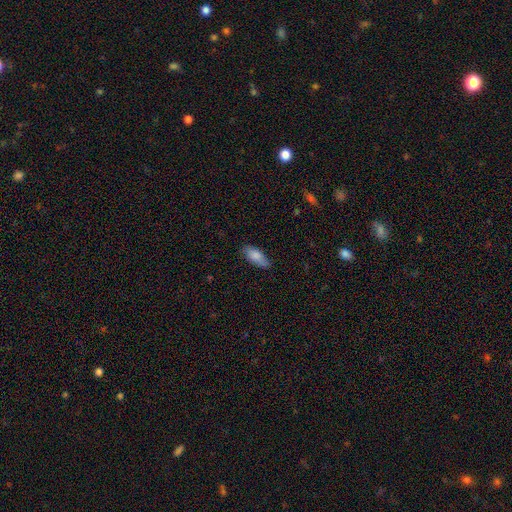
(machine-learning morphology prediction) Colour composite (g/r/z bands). It shows a smooth galaxy with no disk features (81%) that is in between round and cigar-shaped (78%). Merging: none (76%).